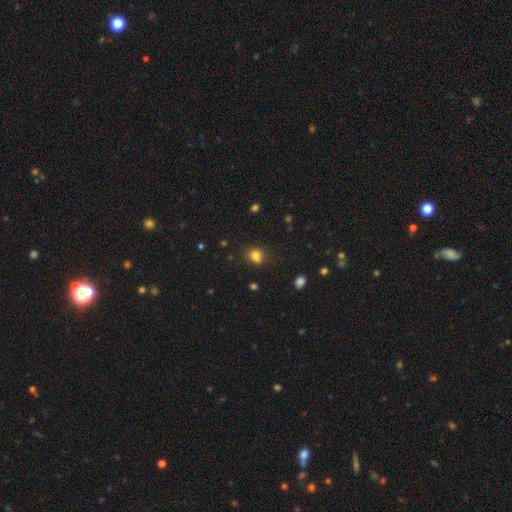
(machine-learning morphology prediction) Smooth or featured? Predicted: smooth (p=0.79). How rounded? Predicted: round (p=0.52). Merging? Predicted: none (p=0.63).